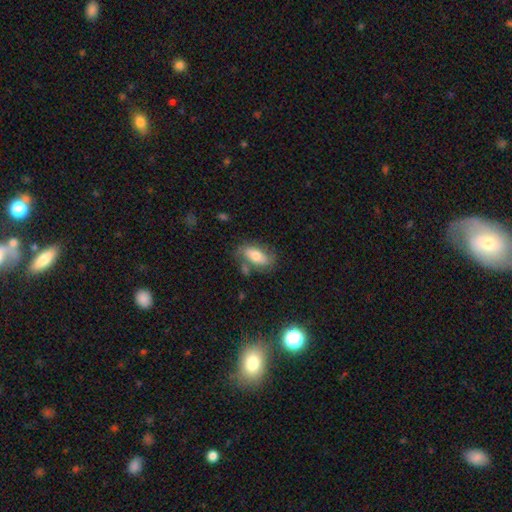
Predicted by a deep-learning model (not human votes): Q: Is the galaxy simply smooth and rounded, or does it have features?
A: smooth — 66%.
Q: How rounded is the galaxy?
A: in between — 86%.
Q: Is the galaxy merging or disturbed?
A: none — 60%.